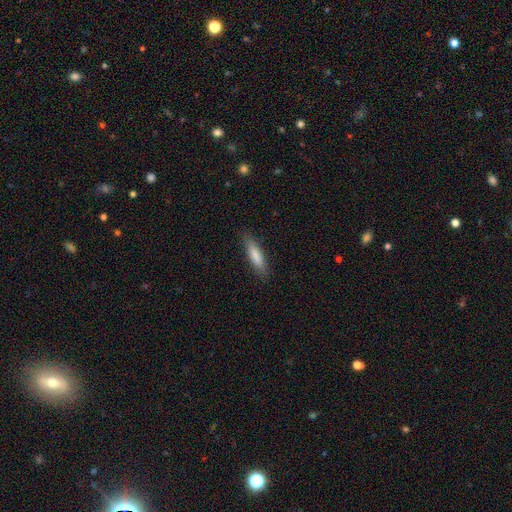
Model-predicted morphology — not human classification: This appears to be a smooth galaxy with no disk features (82%) that is cigar-shaped (70%). Merging: none (85%).